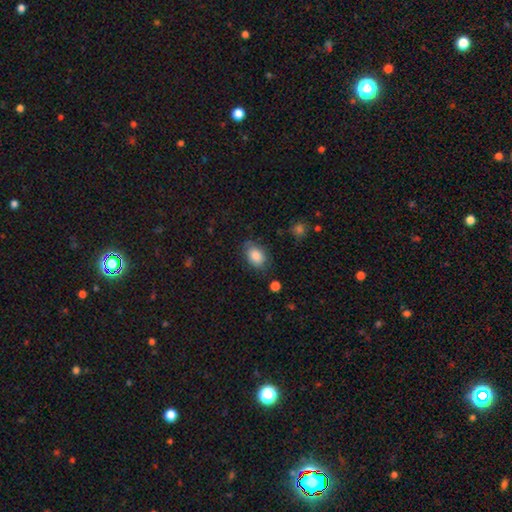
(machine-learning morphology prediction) Smooth or featured?
  - smooth: 86% *
  - star or artifact: 8%
  - featured or disk: 7%
How rounded?
  - in between: 81% *
  - round: 18%
  - cigar-shaped: 1%
Merging?
  - none: 73% *
  - minor disturbance: 20%
  - major disturbance: 5%
  - merger: 2%